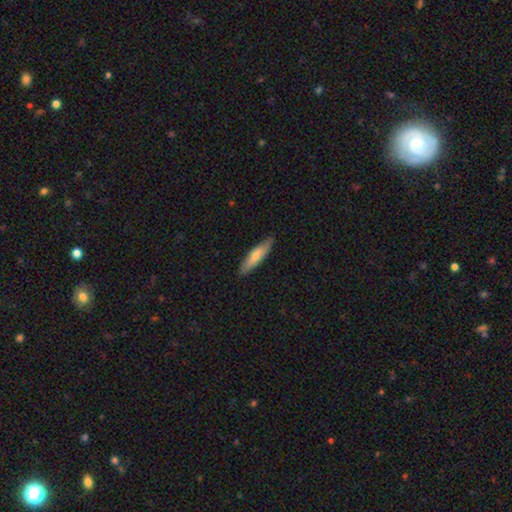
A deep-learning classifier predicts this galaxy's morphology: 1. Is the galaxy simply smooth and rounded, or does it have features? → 68% smooth, 27% featured or disk, 5% star or artifact.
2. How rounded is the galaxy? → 72% cigar-shaped, 26% in between, 2% round.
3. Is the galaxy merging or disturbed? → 85% none, 12% minor disturbance, 2% major disturbance, 1% merger.